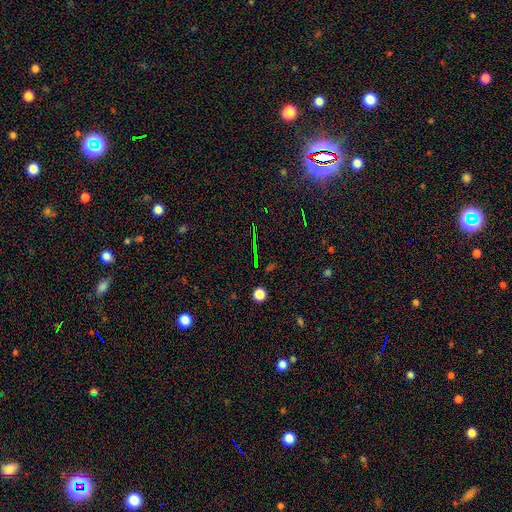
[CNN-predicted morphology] star or artifact 70%, smooth 17%, featured or disk 12%.